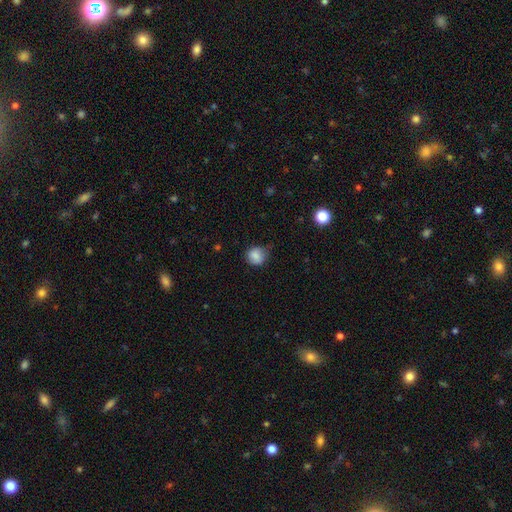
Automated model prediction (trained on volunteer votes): Smooth or featured? smooth (84%)
How rounded? round (82%)
Merging? none (64%)